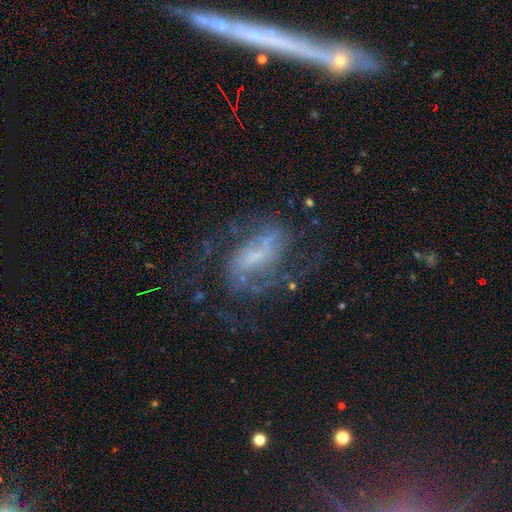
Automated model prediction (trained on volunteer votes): smooth-or-featured: featured or disk: 79% | smooth: 11% | star or artifact: 10%
  disk-edge-on: no: 96% | yes: 4%
    bar: weak: 43% | strong: 32% | no: 25%
    has-spiral-arms: yes: 86% | no: 14%
      spiral-winding: medium: 47% | loose: 31% | tight: 22%
      spiral-arm-count: 2: 64% | can't tell: 19% | 3: 7% | 1: 5% | 4: 3% | more than 4: 3%
    bulge-size: small: 51% | moderate: 22% | none: 21% | large: 5% | dominant: 2%
  merging: none: 58% | major disturbance: 23% | minor disturbance: 16% | merger: 3%